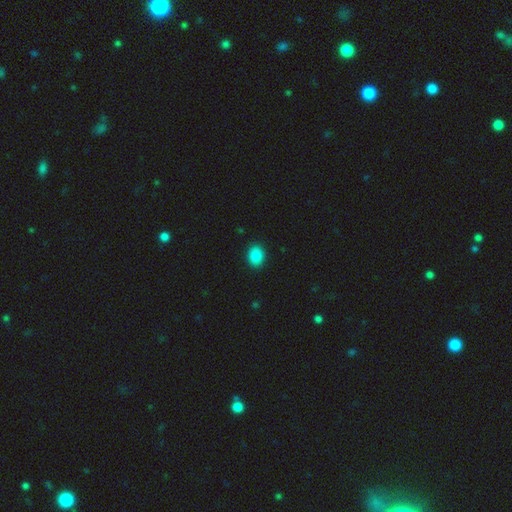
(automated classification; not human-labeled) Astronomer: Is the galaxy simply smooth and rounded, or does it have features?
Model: smooth — 87%.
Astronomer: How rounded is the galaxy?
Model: in between — 58% (runner-up: round, 41%).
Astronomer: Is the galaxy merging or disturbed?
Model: none — 90%.